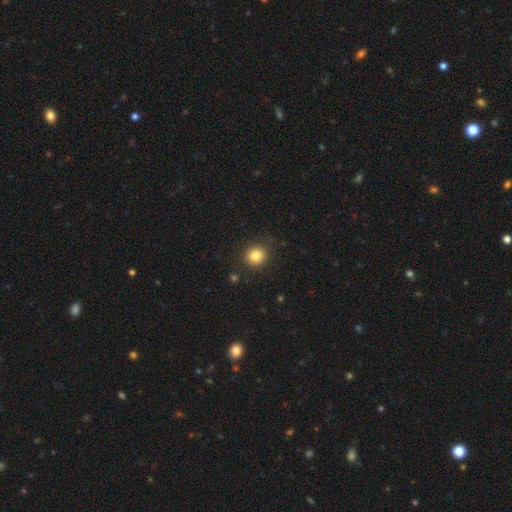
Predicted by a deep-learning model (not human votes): Overall: smooth (83%). How rounded: round (84%). Merging: none (88%).